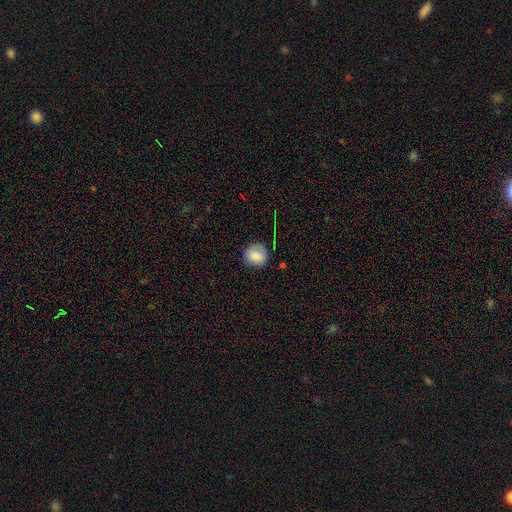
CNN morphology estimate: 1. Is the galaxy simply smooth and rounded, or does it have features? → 83% smooth, 9% star or artifact, 8% featured or disk.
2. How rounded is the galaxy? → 83% round, 16% in between, 1% cigar-shaped.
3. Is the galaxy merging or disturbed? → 81% none, 14% minor disturbance, 3% major disturbance, 2% merger.